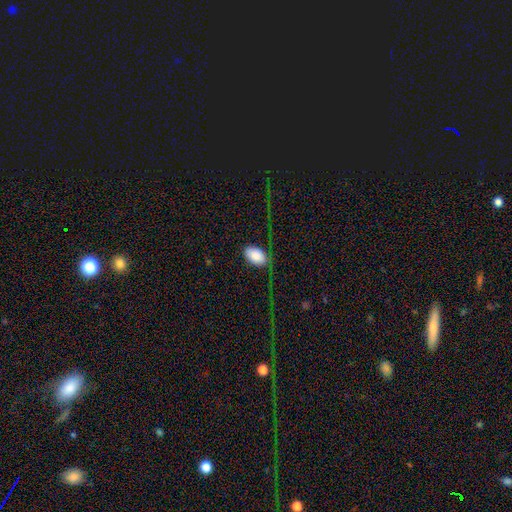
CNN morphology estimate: smooth_or_featured: smooth (p=0.87) [alt: star or artifact p=0.06]
how_rounded: in between (p=0.93) [alt: round p=0.06]
merging: none (p=0.75) [alt: minor disturbance p=0.16]